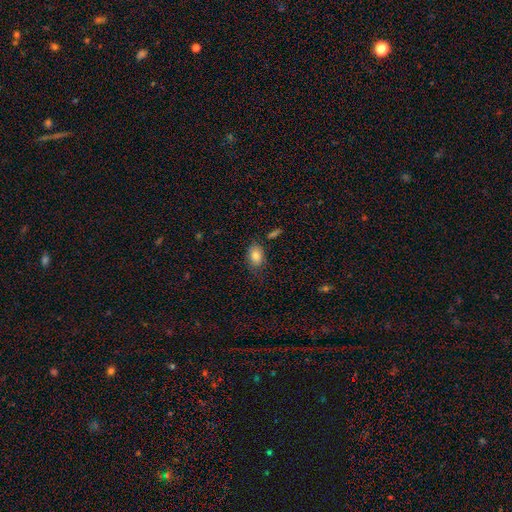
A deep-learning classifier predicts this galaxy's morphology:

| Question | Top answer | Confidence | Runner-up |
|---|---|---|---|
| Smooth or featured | smooth | 84% | star or artifact (8%) |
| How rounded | in between | 83% | round (16%) |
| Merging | none | 72% | minor disturbance (19%) |